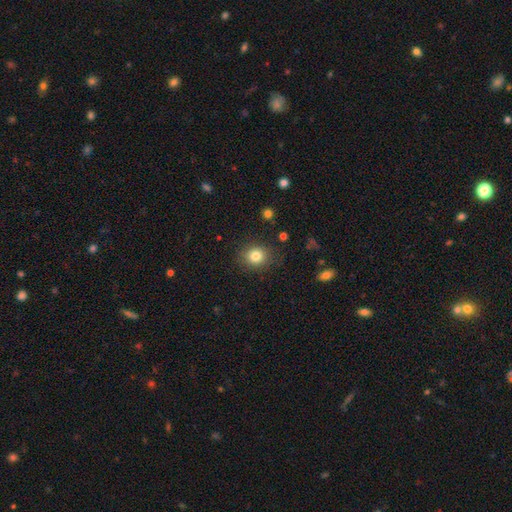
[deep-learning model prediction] A smooth galaxy with no disk features (82%) that is round (74%).

Vote fractions:
- Smooth or featured? smooth: 82% / star or artifact: 11% / featured or disk: 7%
- How rounded? round: 74% / in between: 25% / cigar-shaped: 1%
- Merging? none: 84% / minor disturbance: 11% / major disturbance: 3% / merger: 1%